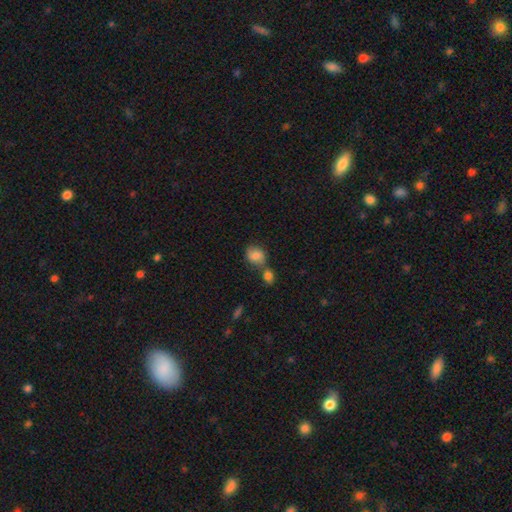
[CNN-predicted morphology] smooth_or_featured: smooth (p=0.82) [alt: featured or disk p=0.09]
how_rounded: round (p=0.50) [alt: in between p=0.49]
merging: none (p=0.44) [alt: merger p=0.36]